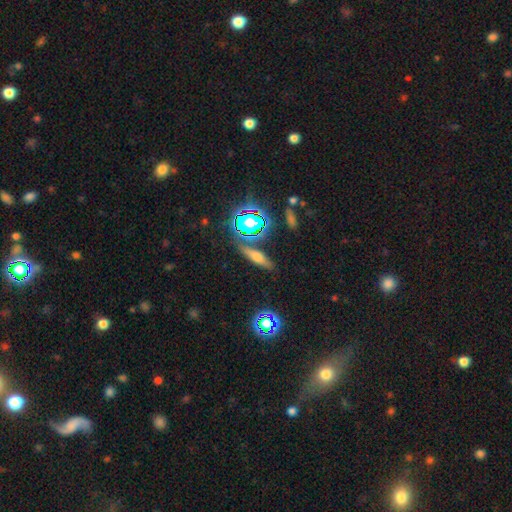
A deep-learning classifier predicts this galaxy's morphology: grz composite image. It shows a smooth galaxy with no disk features (50%). Merging: none (80%).